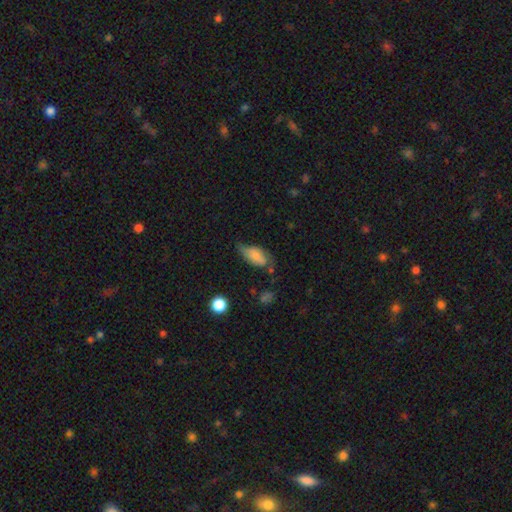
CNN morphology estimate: type=smooth (62%); roundness=in between (88%); merging=none (40%).